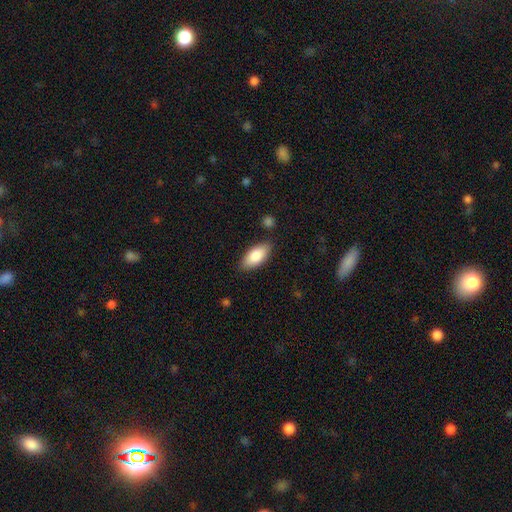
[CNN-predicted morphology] A smooth galaxy with no disk features (84%) that is in between round and cigar-shaped (88%).

Vote fractions:
- Smooth or featured? smooth: 84% / featured or disk: 11% / star or artifact: 6%
- How rounded? in between: 88% / cigar-shaped: 10% / round: 2%
- Merging? none: 84% / minor disturbance: 12% / major disturbance: 2% / merger: 2%